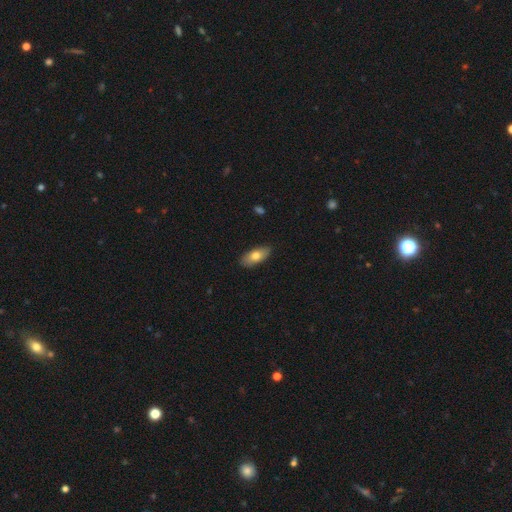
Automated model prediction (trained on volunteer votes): Q: Smooth or featured?
A: smooth (74%); runner-up: featured or disk (20%)
Q: How rounded?
A: in between (84%); runner-up: cigar-shaped (13%)
Q: Merging?
A: none (87%); runner-up: minor disturbance (11%)